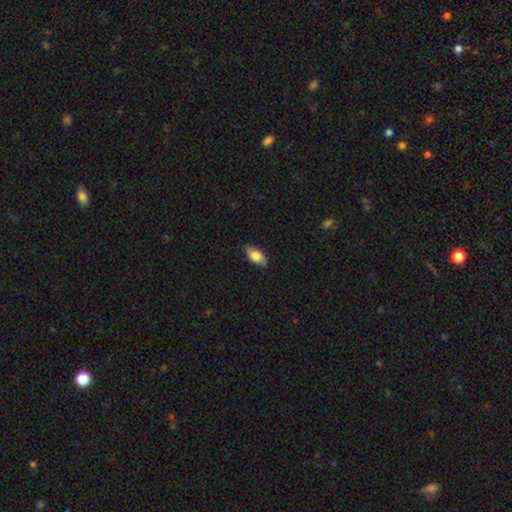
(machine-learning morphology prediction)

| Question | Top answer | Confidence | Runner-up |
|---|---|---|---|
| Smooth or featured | smooth | 77% | featured or disk (16%) |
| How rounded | in between | 86% | cigar-shaped (10%) |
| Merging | none | 82% | minor disturbance (14%) |